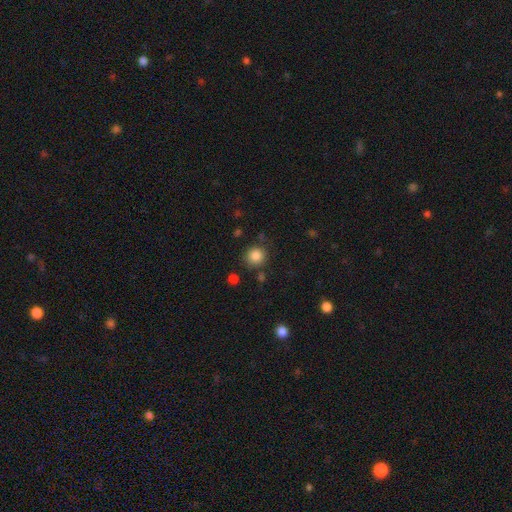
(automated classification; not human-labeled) Smooth or featured: smooth — 85% (star or artifact — 11%)
How rounded: round — 91% (in between — 8%)
Merging: none — 82% (minor disturbance — 10%)